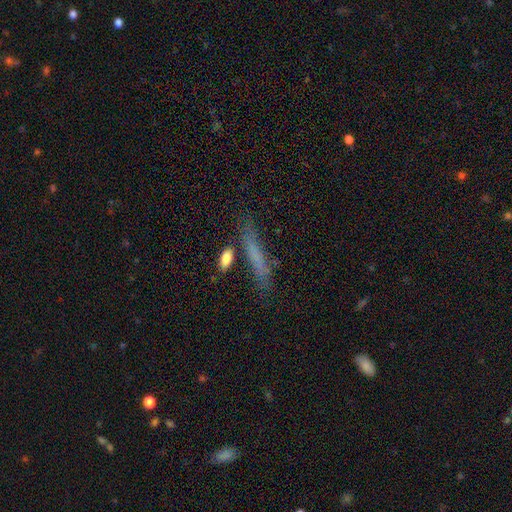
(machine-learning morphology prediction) Smooth or featured? Predicted: smooth (p=0.64). How rounded? Predicted: cigar-shaped (p=0.91). Merging? Predicted: none (p=0.76).